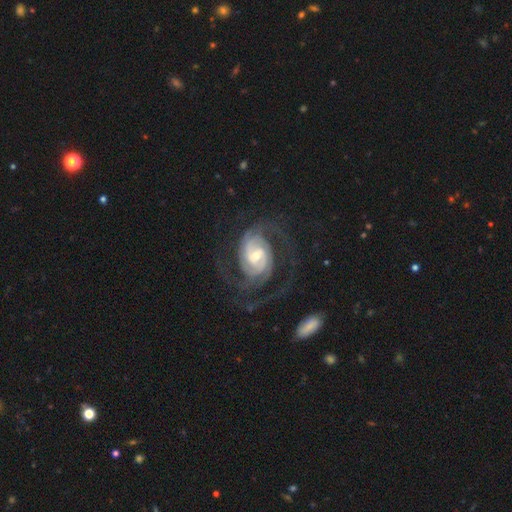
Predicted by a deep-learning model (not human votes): This is clearly a featured or disk galaxy (91%). It is clearly not viewed edge-on (98%). Bar: possibly weak (49%). Spiral arm pattern: clearly yes (98%). Spiral arm count: possibly 2 (47%). Spiral winding: possibly tight (49%). Central bulge: possibly moderate (51%). Merging: likely none (67%).